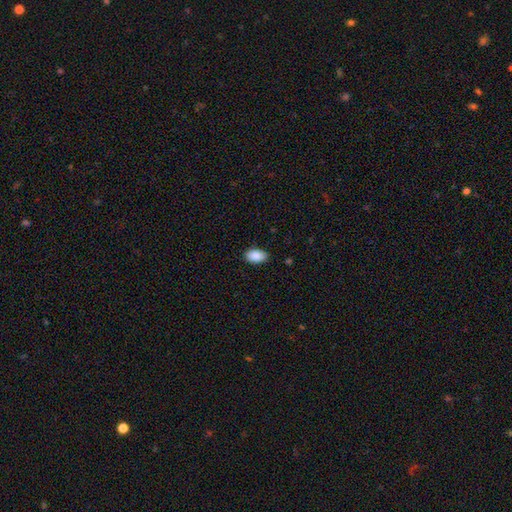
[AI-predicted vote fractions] Smooth or featured? smooth (90%)
How rounded? in between (93%)
Merging? none (86%)